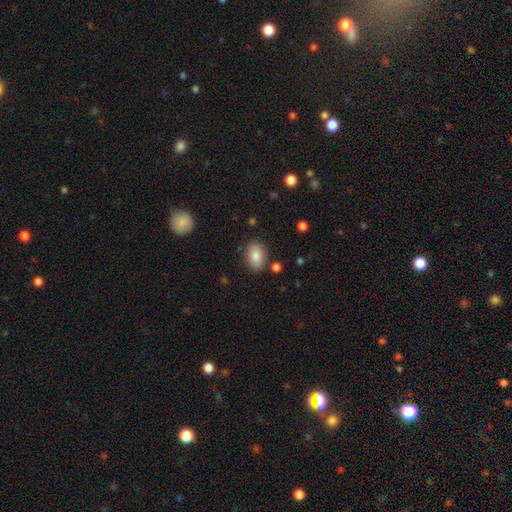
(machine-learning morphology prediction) Smooth or featured? smooth (84%)
How rounded? in between (86%)
Merging? none (83%)